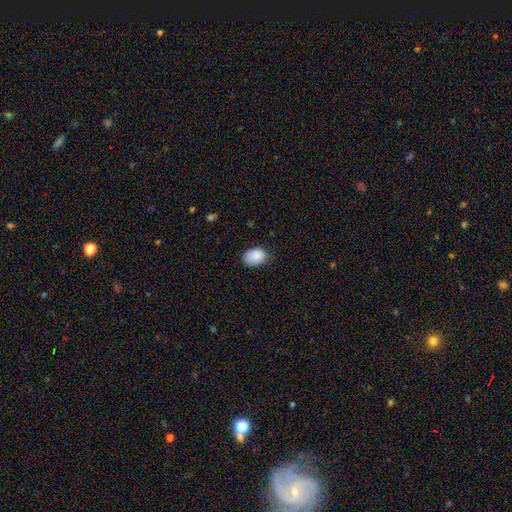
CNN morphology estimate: This is clearly a smooth galaxy (88%). How rounded: likely in between (80%). Merging: likely none (71%).